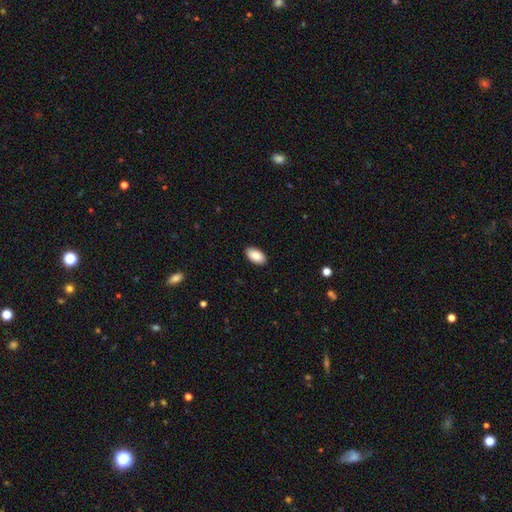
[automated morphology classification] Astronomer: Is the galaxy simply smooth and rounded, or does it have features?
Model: smooth — 89%.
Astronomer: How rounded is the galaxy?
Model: in between — 95%.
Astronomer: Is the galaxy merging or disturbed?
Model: none — 89%.